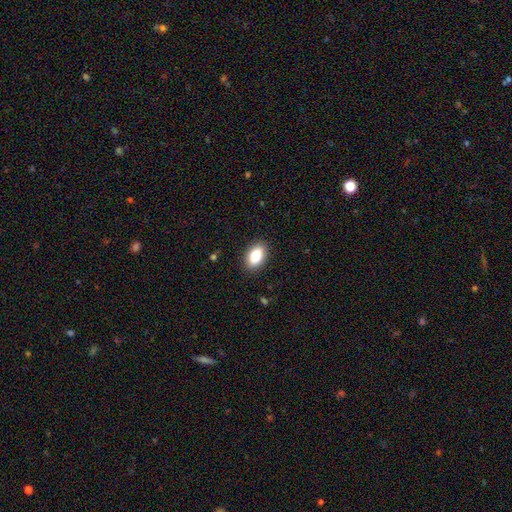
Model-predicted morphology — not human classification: smooth 84%, featured or disk 8%, star or artifact 8%. Down the decision tree: how rounded — in between (90%); merging — none (89%).